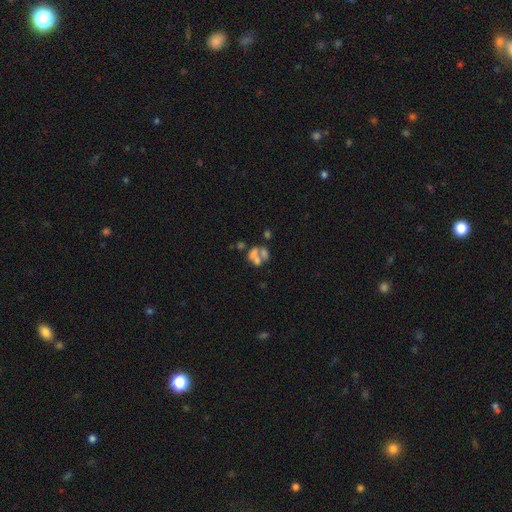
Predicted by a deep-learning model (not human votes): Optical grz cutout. It shows a featured or disk galaxy (46%). Merging: merger (55%).